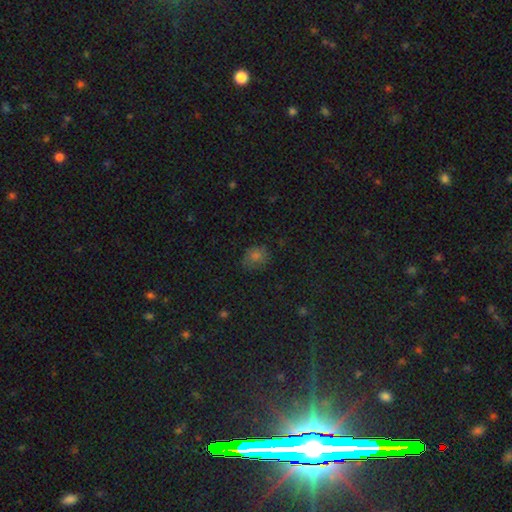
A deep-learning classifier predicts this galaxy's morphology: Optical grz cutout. It shows a smooth galaxy with no disk features (70%) that is round (53%). Merging: none (72%).